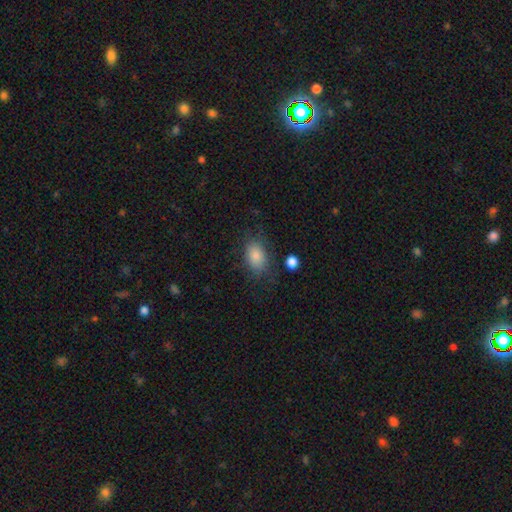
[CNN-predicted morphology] Smooth or featured?
  - smooth: 84% *
  - star or artifact: 9%
  - featured or disk: 7%
How rounded?
  - in between: 85% *
  - round: 14%
  - cigar-shaped: 2%
Merging?
  - none: 73% *
  - minor disturbance: 17%
  - major disturbance: 7%
  - merger: 2%